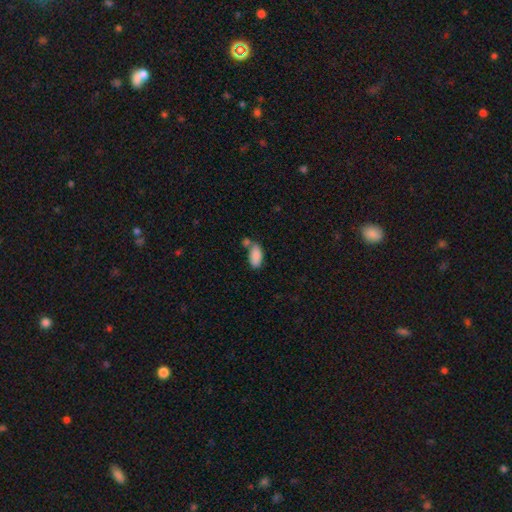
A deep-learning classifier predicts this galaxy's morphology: Q: Smooth or featured?
A: smooth (88%); runner-up: star or artifact (7%)
Q: How rounded?
A: in between (92%); runner-up: cigar-shaped (5%)
Q: Merging?
A: none (53%); runner-up: merger (28%)